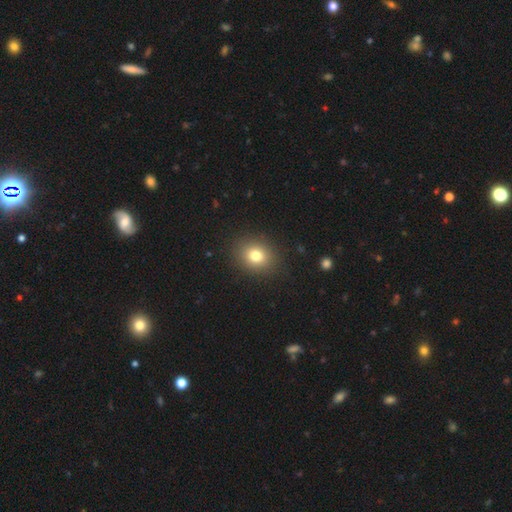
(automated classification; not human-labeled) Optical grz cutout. It shows a smooth galaxy with no disk features (78%) that is round (62%). Merging: none (89%).